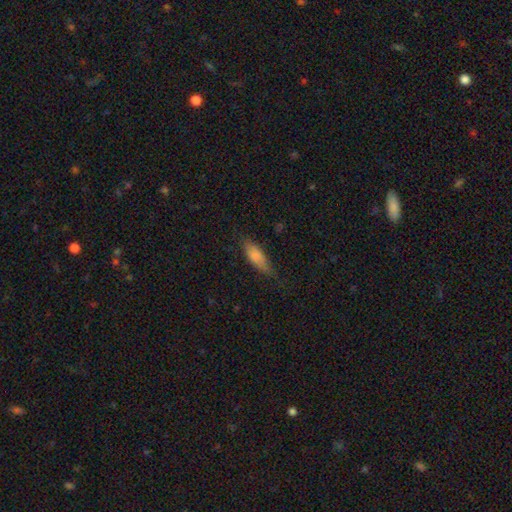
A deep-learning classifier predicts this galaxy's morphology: smooth 80%, featured or disk 13%, star or artifact 7%. Down the decision tree: how rounded — in between (64%); merging — none (68%).